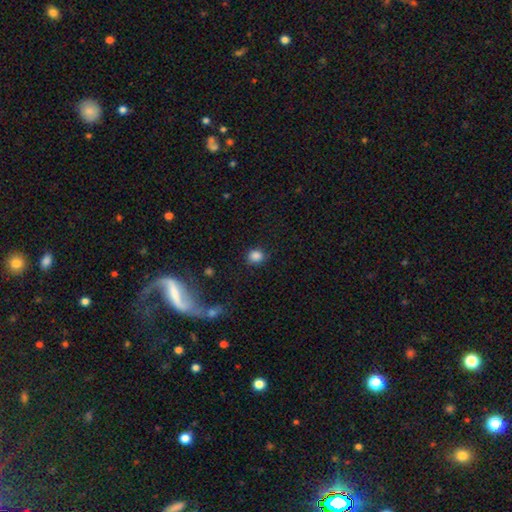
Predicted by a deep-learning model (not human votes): This is clearly a smooth galaxy (85%). How rounded: likely round (76%). Merging: clearly none (82%).